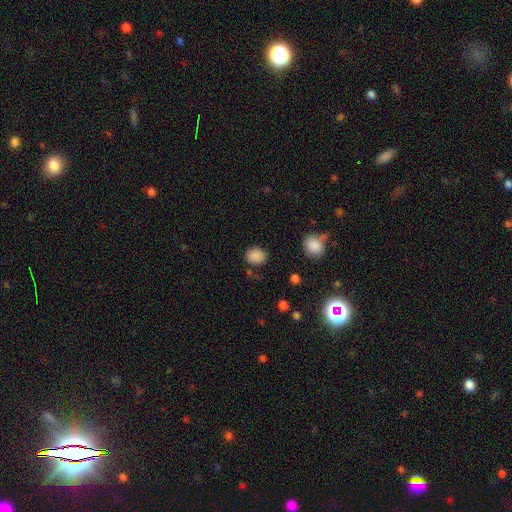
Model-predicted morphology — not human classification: A smooth galaxy with no disk features (86%) that is round (55%). Merging: none (80%).